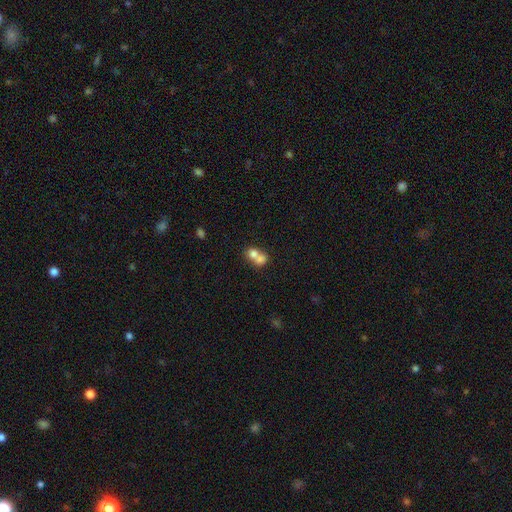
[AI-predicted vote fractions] Smooth or featured? Predicted: smooth (p=0.73). How rounded? Predicted: round (p=0.62). Merging? Predicted: merger (p=0.71).